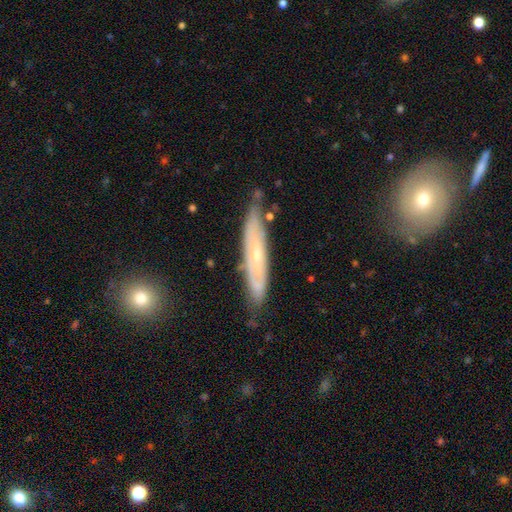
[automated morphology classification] This is likely a featured or disk galaxy (60%). It is possibly viewed edge-on (52%). Merging: likely none (73%).